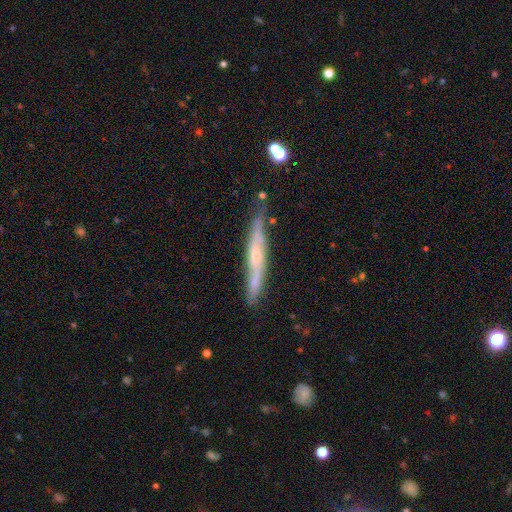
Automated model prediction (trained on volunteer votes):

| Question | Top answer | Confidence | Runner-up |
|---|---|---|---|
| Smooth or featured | featured or disk | 63% | smooth (31%) |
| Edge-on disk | yes | 82% | no (18%) |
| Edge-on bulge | rounded | 47% | none (45%) |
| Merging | none | 71% | minor disturbance (21%) |